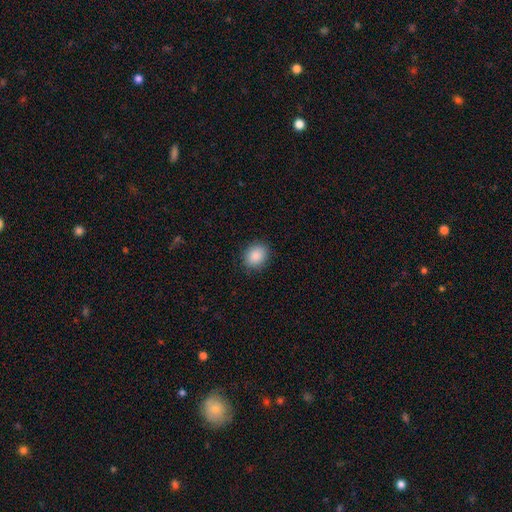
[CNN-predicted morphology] Smooth or featured: smooth — 88% (star or artifact — 8%)
How rounded: in between — 52% (round — 47%)
Merging: none — 88% (minor disturbance — 9%)